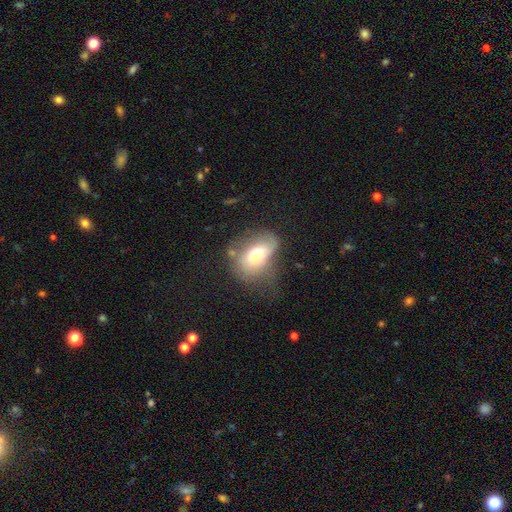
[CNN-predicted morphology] Smooth or featured? Predicted: smooth (p=0.61). How rounded? Predicted: in between (p=0.83). Merging? Predicted: none (p=0.38).